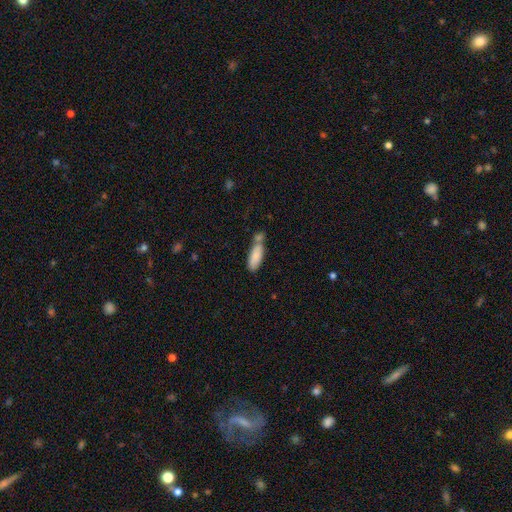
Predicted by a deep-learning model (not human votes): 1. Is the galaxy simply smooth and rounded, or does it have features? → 83% smooth, 11% featured or disk, 7% star or artifact.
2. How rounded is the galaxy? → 63% in between, 35% cigar-shaped, 2% round.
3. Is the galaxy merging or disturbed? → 40% none, 38% merger, 17% minor disturbance, 5% major disturbance.